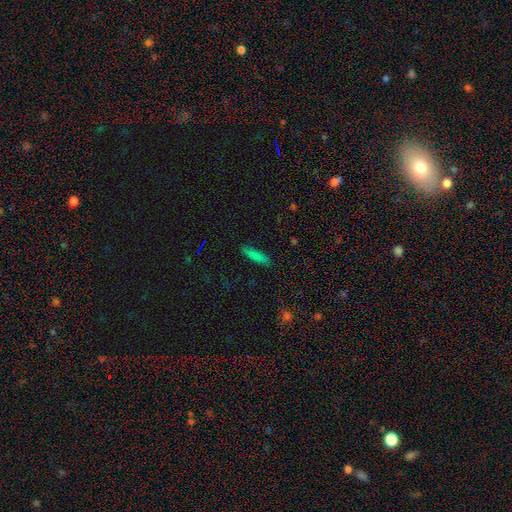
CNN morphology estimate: Smooth or featured? Predicted: smooth (p=0.81). How rounded? Predicted: cigar-shaped (p=0.72). Merging? Predicted: none (p=0.87).